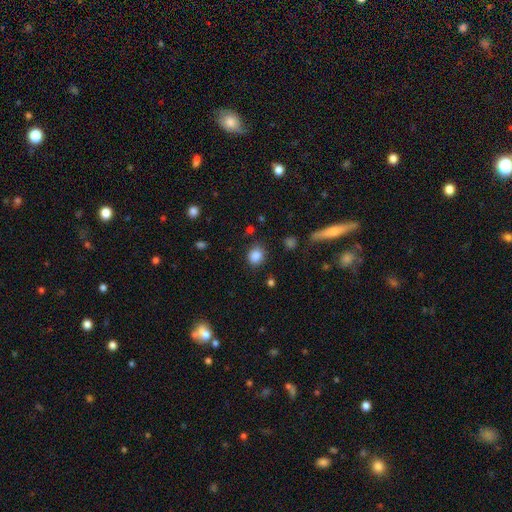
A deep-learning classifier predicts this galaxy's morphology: A smooth galaxy with no disk features (85%) that is round (75%). Merging: none (80%).